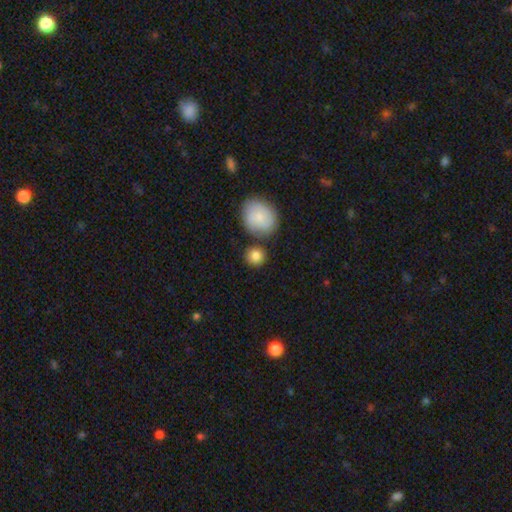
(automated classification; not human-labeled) Morphology: type=smooth (84%); roundness=round (86%); merging=none (74%).